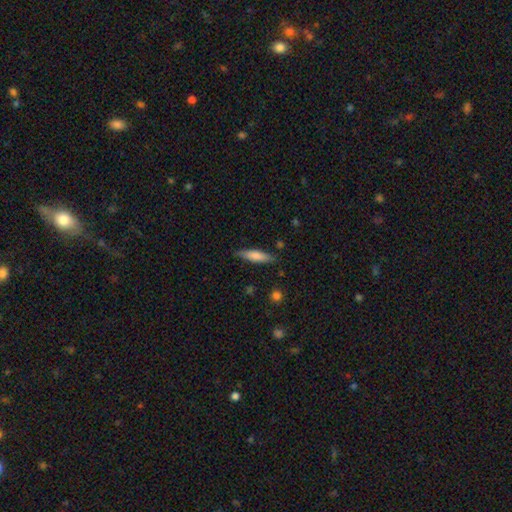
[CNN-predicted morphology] smooth-or-featured: smooth: 75% | featured or disk: 19% | star or artifact: 6%
  how-rounded: cigar-shaped: 72% | in between: 27% | round: 2%
  merging: none: 82% | minor disturbance: 13% | major disturbance: 3% | merger: 2%